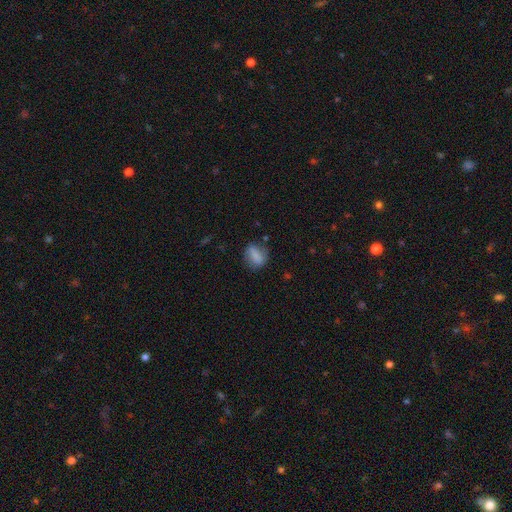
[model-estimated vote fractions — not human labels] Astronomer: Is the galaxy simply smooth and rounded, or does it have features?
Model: smooth — 72%.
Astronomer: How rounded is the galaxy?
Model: in between — 57% (runner-up: round, 37%).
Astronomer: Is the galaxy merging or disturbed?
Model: none — 72%.